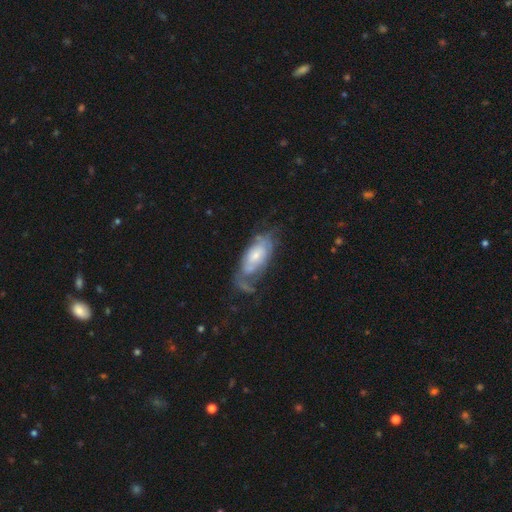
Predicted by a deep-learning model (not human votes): Overall: featured or disk (62%; smooth 31%). Edge-on disk: no (90%). Bar: no (73%). Spiral arms: yes (70%; no 30%). Bulge size: small (54%; moderate 36%). Merging: none (39%; major disturbance 28%).